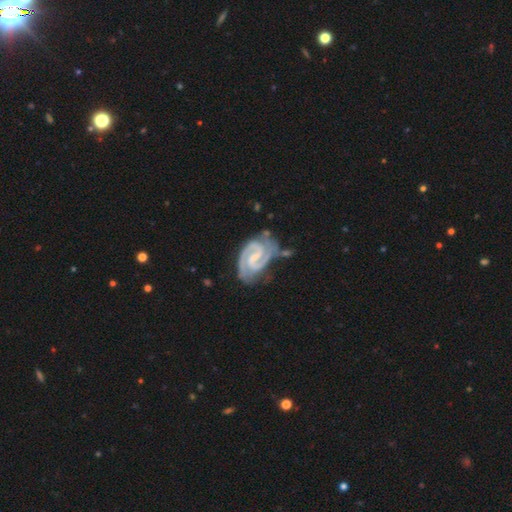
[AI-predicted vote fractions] The model was most divided on "spiral winding": tight: 50%, medium: 44%, loose: 6%. More confident: spiral arms — yes (99%); edge-on disk — no (98%); smooth or featured — featured or disk (93%); spiral arm count — 2 (92%); merging — none (62%); bulge size — small (52%); bar — weak (51%).